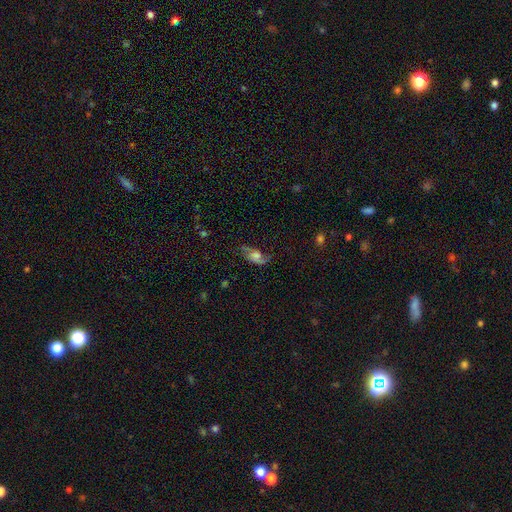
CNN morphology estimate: The model was most divided on "bulge size": moderate: 36%, large: 27%, small: 19%, none: 13%, dominant: 4%. More confident: edge-on disk — no (92%); spiral arms — yes (86%); bar — no (65%); smooth or featured — featured or disk (60%); merging — none (57%).